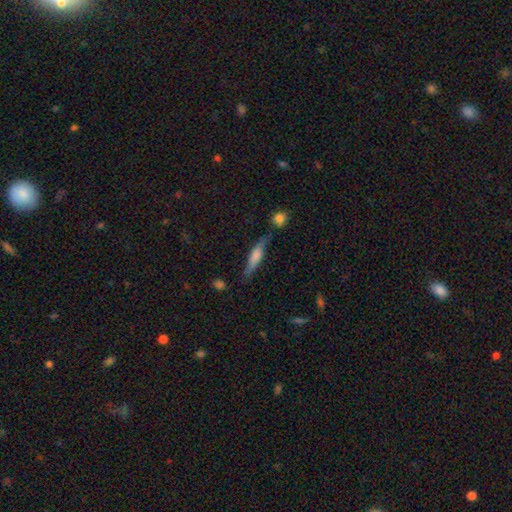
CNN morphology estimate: Smooth or featured? Predicted: featured or disk (p=0.59). Edge-on disk? Predicted: yes (p=0.91). Edge-on bulge? Predicted: rounded (p=0.62). Merging? Predicted: none (p=0.73).